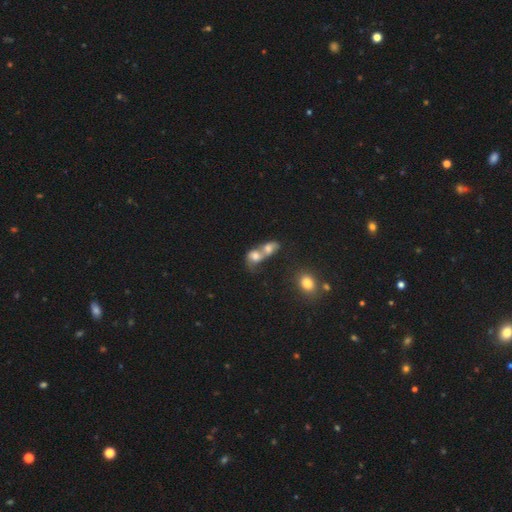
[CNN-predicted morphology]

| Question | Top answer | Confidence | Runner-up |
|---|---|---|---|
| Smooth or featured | smooth | 61% | featured or disk (28%) |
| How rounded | in between | 52% | round (46%) |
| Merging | merger | 79% | none (10%) |